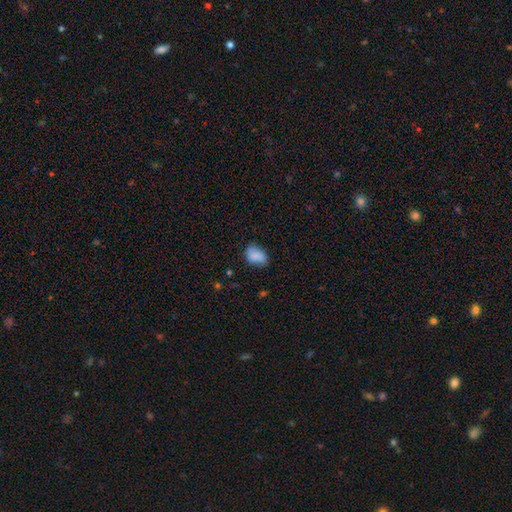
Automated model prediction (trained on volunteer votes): Q: Smooth or featured?
A: smooth (84%); runner-up: featured or disk (8%)
Q: How rounded?
A: in between (79%); runner-up: round (19%)
Q: Merging?
A: none (69%); runner-up: minor disturbance (24%)